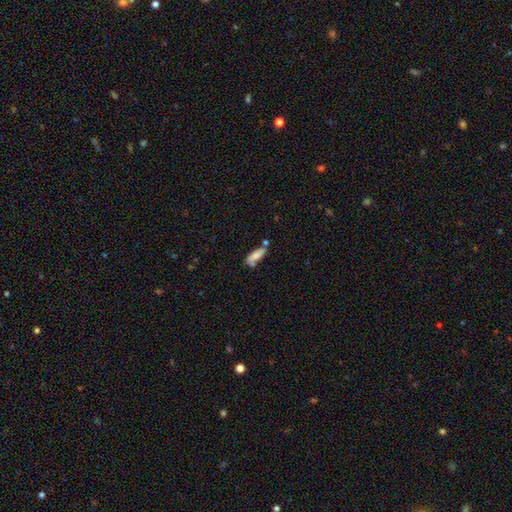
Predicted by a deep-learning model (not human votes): This appears to be a smooth galaxy with no disk features (79%) that is in between round and cigar-shaped (56%). Merging: none (57%).